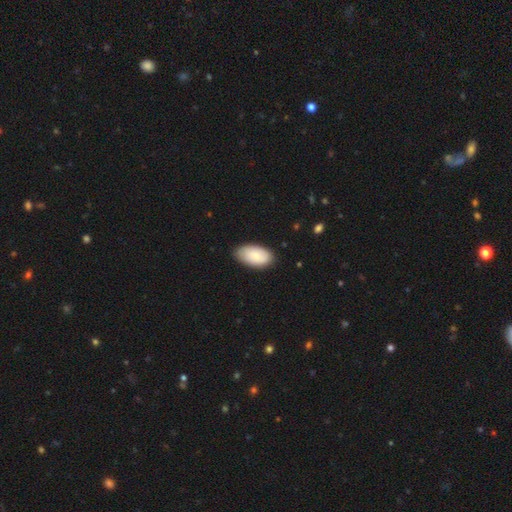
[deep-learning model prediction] smooth_or_featured: smooth (p=0.80) [alt: featured or disk p=0.15]
how_rounded: in between (p=0.95) [alt: round p=0.03]
merging: none (p=0.81) [alt: minor disturbance p=0.16]